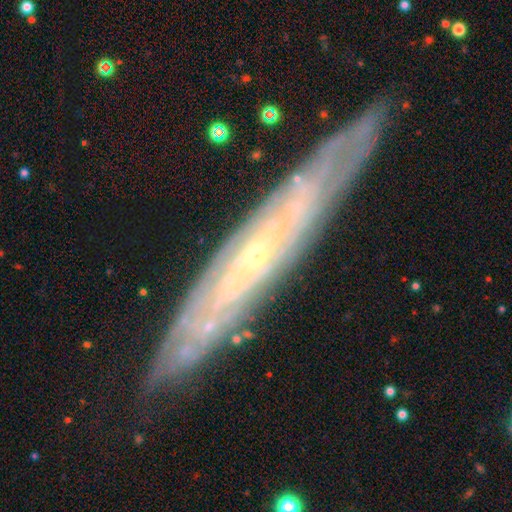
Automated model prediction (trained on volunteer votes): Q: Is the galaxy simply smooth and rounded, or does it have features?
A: featured or disk — 82%.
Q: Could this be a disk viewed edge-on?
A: yes — 51%.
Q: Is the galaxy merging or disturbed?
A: none — 84%.